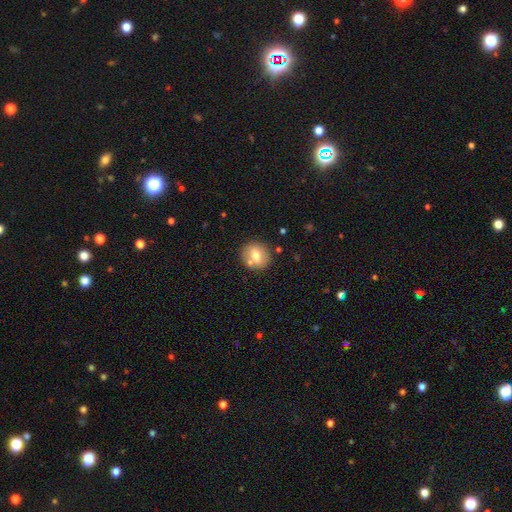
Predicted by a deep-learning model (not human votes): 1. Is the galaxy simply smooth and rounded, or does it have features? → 65% smooth, 26% featured or disk, 9% star or artifact.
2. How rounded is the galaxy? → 79% round, 20% in between, 1% cigar-shaped.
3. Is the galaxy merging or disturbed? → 78% none, 10% minor disturbance, 9% merger, 3% major disturbance.